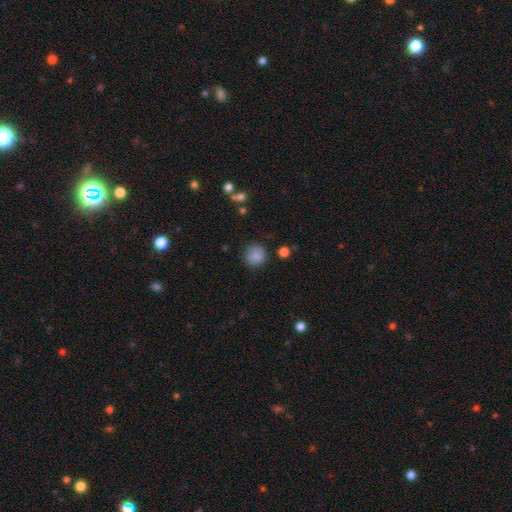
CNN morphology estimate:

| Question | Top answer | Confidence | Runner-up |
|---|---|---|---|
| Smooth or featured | smooth | 84% | star or artifact (9%) |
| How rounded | round | 87% | in between (12%) |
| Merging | none | 76% | minor disturbance (17%) |